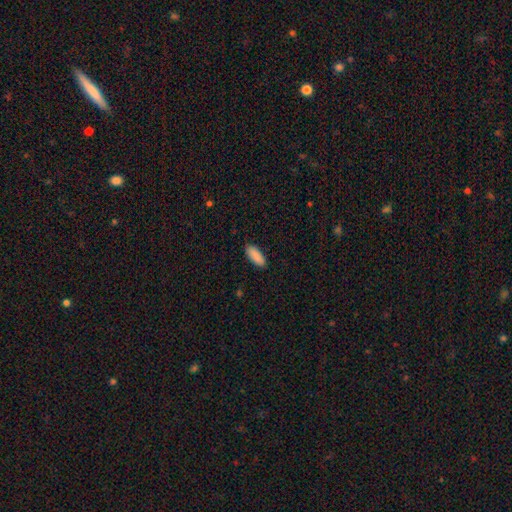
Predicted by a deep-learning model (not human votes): smooth 90%, star or artifact 6%, featured or disk 4%. Down the decision tree: how rounded — in between (76%); merging — none (88%).